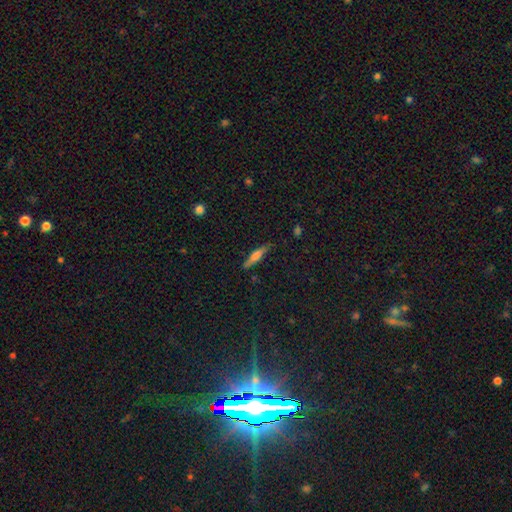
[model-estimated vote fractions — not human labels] Overall: smooth (52%; featured or disk 41%). How rounded: cigar-shaped (85%). Merging: none (84%).